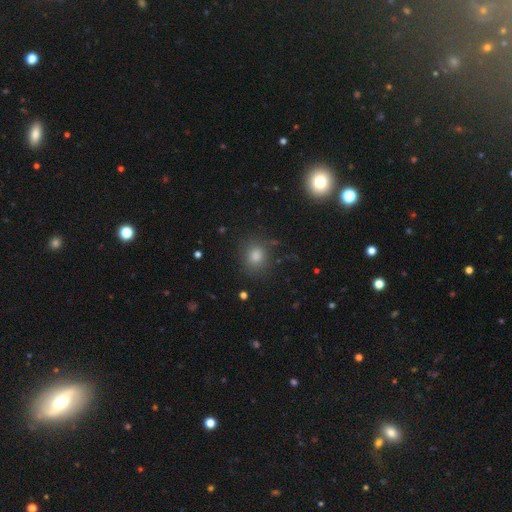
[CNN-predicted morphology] smooth 79%, star or artifact 15%, featured or disk 7%. Down the decision tree: how rounded — round (77%); merging — none (84%).